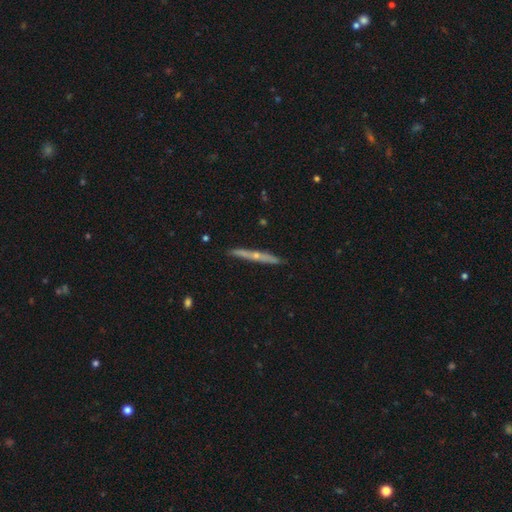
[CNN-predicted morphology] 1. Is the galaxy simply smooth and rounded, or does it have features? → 67% featured or disk, 27% smooth, 6% star or artifact.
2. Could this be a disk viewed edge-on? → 96% yes, 4% no.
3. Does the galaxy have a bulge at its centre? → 69% rounded, 28% none, 3% boxy.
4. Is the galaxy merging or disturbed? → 88% none, 9% minor disturbance, 1% major disturbance, 1% merger.